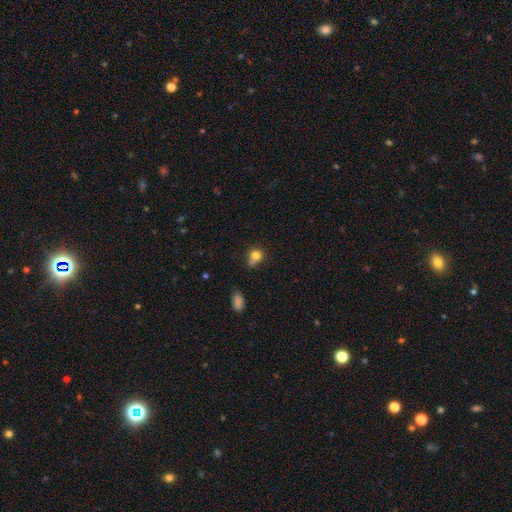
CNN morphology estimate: Smooth or featured? Predicted: smooth (p=0.79). How rounded? Predicted: round (p=0.76). Merging? Predicted: none (p=0.51).